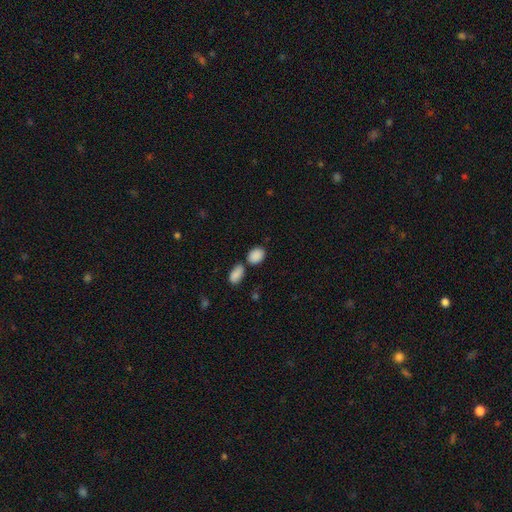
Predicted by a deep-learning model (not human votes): This appears to be a smooth galaxy with no disk features (87%) that is in between round and cigar-shaped (71%). Merging: none (61%).